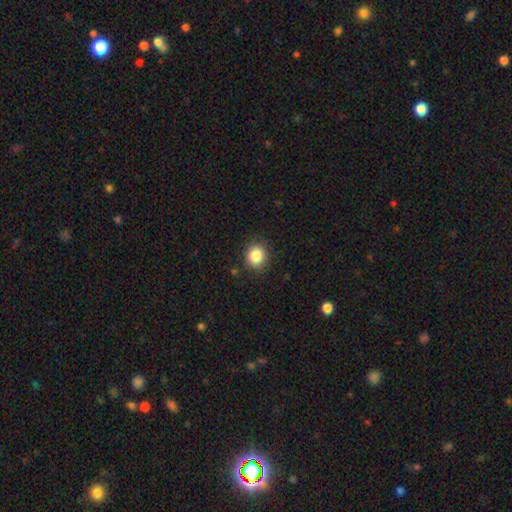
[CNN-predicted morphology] smooth-or-featured: smooth: 86% | star or artifact: 10% | featured or disk: 5%
  how-rounded: round: 80% | in between: 19% | cigar-shaped: 1%
  merging: none: 87% | minor disturbance: 9% | major disturbance: 3% | merger: 1%